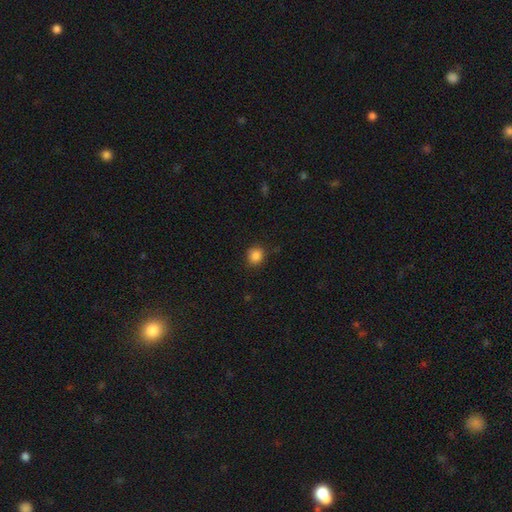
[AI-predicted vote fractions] This appears to be a smooth galaxy with no disk features (86%) that is round (84%). Merging: none (86%).